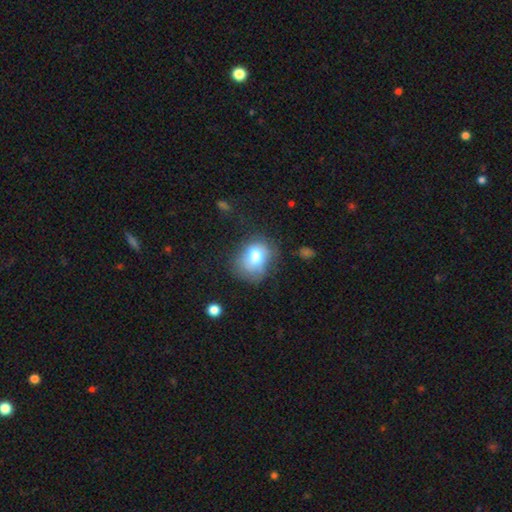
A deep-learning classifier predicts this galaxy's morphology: Smooth or featured? smooth (71%)
How rounded? round (53%)
Merging? none (50%)